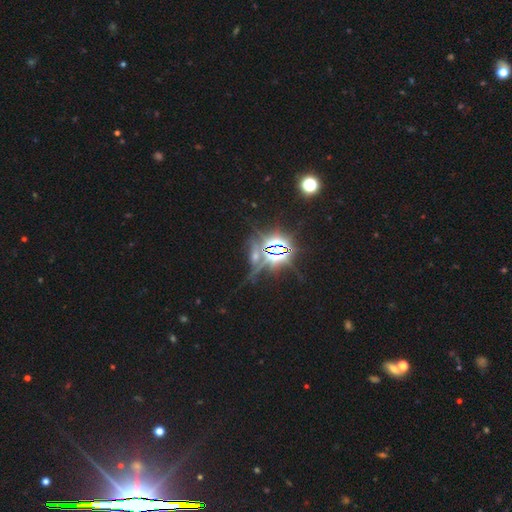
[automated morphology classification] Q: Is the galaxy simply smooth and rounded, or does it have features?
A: star or artifact — 80%.